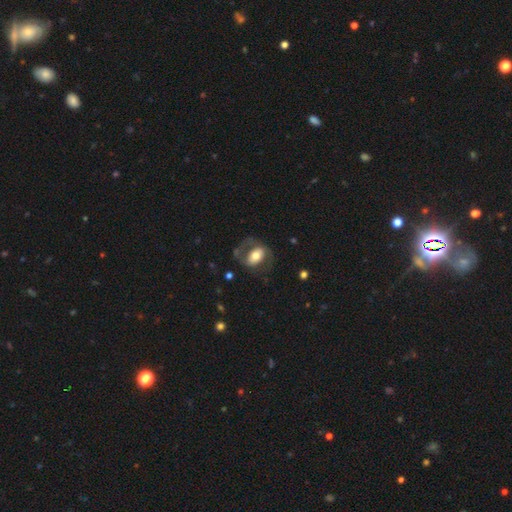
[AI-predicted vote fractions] The model was most divided on "smooth or featured": featured or disk: 51%, smooth: 43%, star or artifact: 6%. More confident: edge-on disk — no (94%); merging — none (56%).